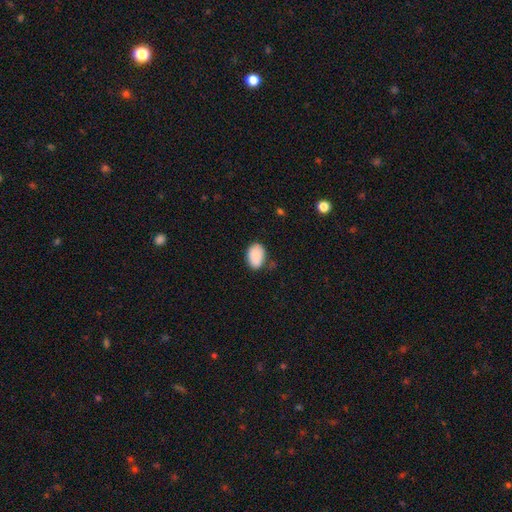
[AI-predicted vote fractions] Morphology: type=smooth (89%); roundness=in between (85%); merging=none (72%).